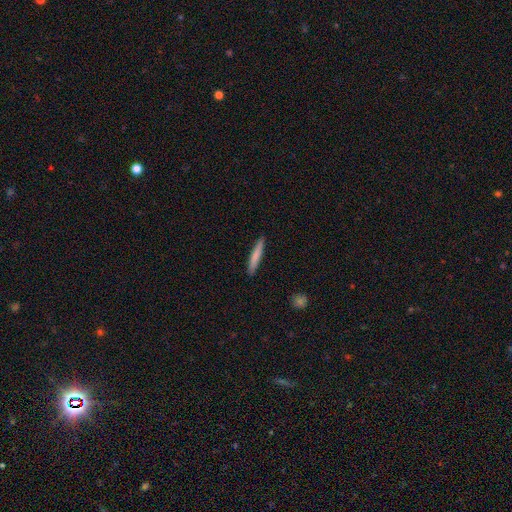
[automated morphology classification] This is likely a smooth galaxy (78%). How rounded: clearly cigar-shaped (94%). Merging: clearly none (90%).